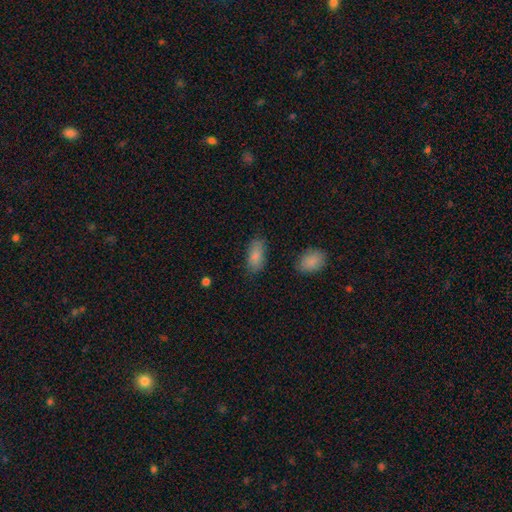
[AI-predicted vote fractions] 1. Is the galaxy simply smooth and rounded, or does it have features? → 85% smooth, 8% star or artifact, 7% featured or disk.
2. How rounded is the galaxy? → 90% in between, 7% cigar-shaped, 3% round.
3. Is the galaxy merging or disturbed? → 76% none, 17% minor disturbance, 4% major disturbance, 3% merger.